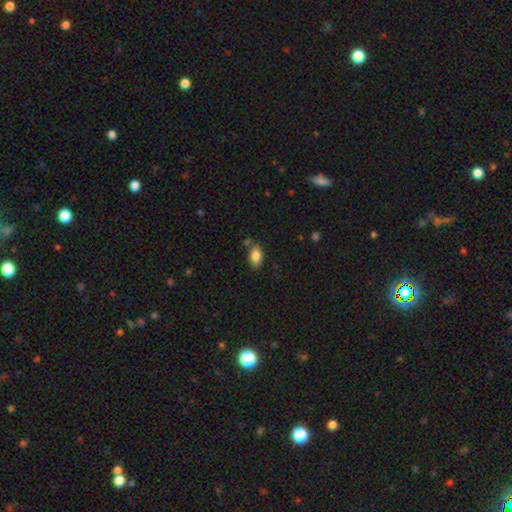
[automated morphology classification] smooth_or_featured: smooth (p=0.85) [alt: star or artifact p=0.08]
how_rounded: in between (p=0.91) [alt: round p=0.05]
merging: none (p=0.72) [alt: minor disturbance p=0.17]